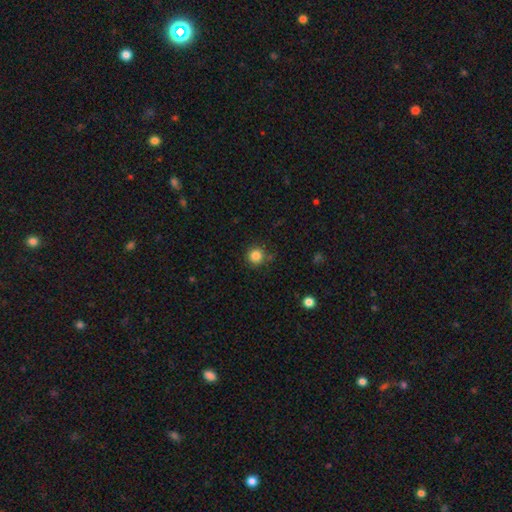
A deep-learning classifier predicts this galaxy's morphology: This appears to be a smooth galaxy with no disk features (84%) that is round (94%). Merging: none (81%).